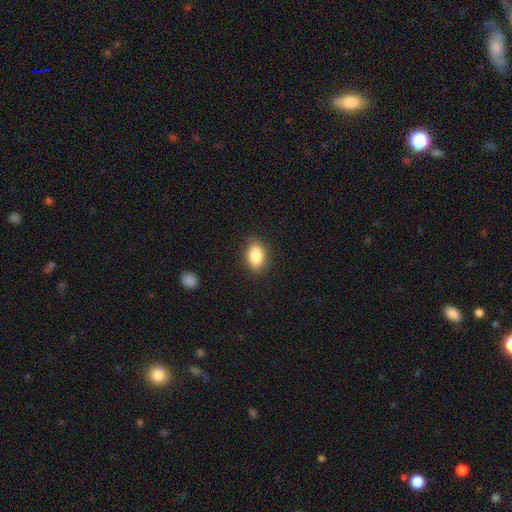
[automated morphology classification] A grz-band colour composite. It shows a smooth galaxy with no disk features (85%) that is in between round and cigar-shaped (84%). Merging: none (85%).